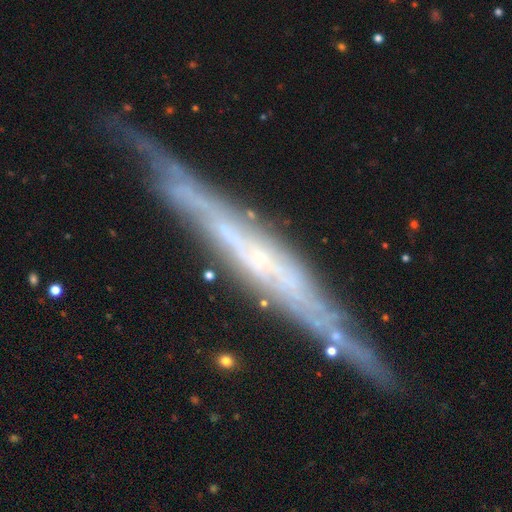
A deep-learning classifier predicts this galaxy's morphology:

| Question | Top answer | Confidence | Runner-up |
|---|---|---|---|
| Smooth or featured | featured or disk | 78% | smooth (15%) |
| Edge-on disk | yes | 88% | no (12%) |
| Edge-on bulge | none | 67% | rounded (23%) |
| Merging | none | 77% | minor disturbance (16%) |